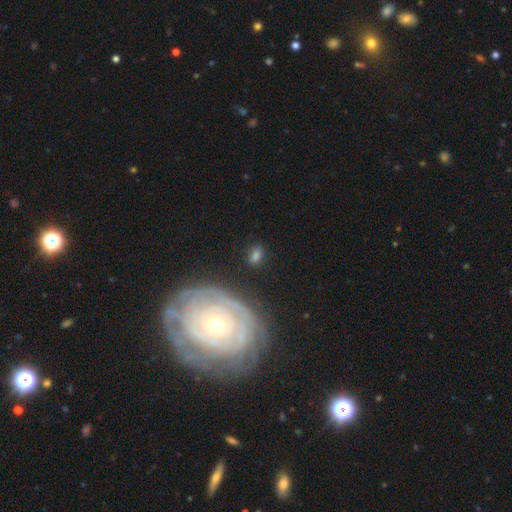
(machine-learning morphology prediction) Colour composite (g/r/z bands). It shows a smooth galaxy with no disk features (68%) that is in between round and cigar-shaped (79%). Merging: none (75%).